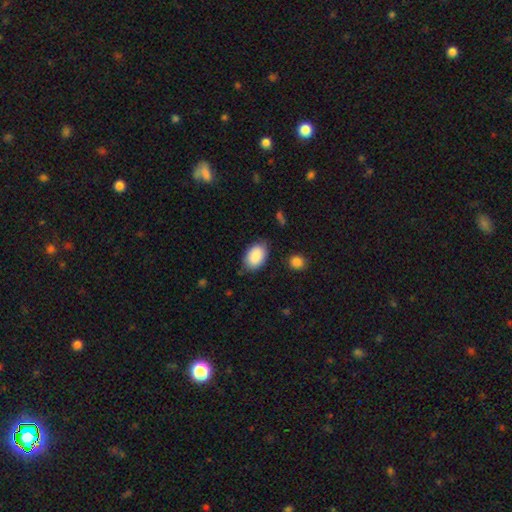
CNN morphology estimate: smooth_or_featured: smooth (p=0.89) [alt: star or artifact p=0.06]
how_rounded: in between (p=0.90) [alt: round p=0.09]
merging: none (p=0.80) [alt: minor disturbance p=0.15]